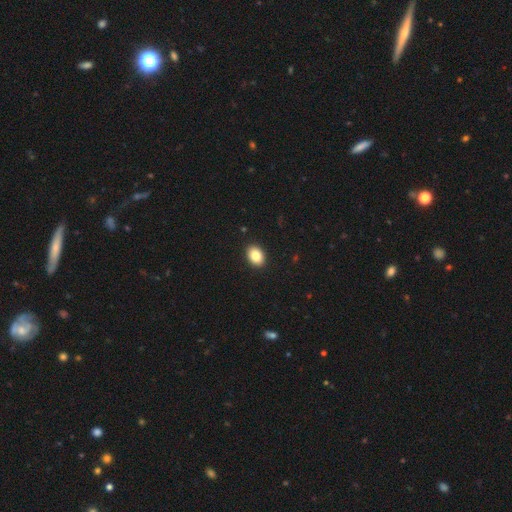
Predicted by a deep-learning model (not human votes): smooth_or_featured: smooth (p=0.86) [alt: star or artifact p=0.08]
how_rounded: in between (p=0.77) [alt: round p=0.22]
merging: none (p=0.91) [alt: minor disturbance p=0.06]